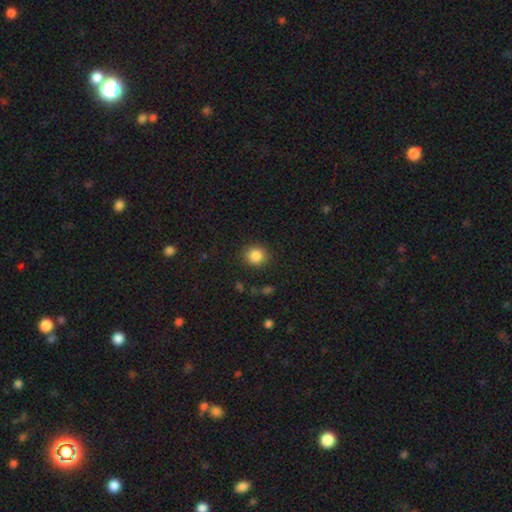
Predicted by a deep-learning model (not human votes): This appears to be a smooth galaxy with no disk features (86%) that is round (87%). Merging: none (88%).